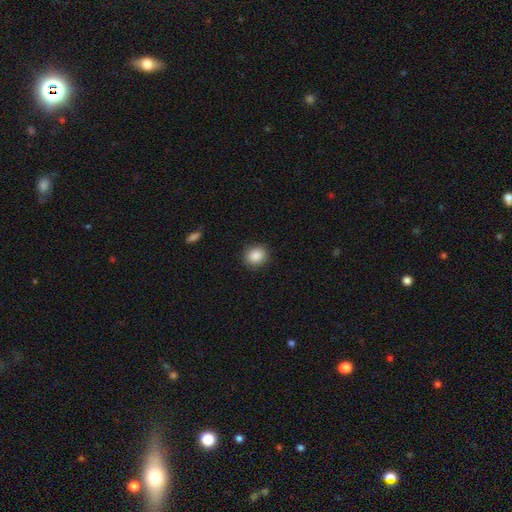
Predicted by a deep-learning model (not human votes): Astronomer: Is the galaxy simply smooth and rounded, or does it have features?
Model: smooth — 88%.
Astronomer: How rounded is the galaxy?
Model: round — 79%.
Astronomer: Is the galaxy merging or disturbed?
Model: none — 89%.